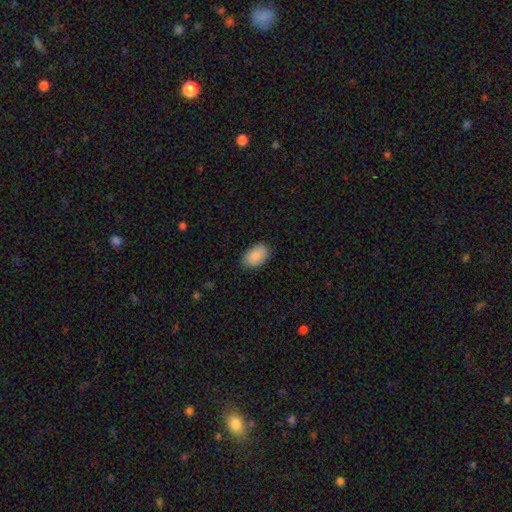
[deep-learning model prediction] Smooth or featured? Predicted: smooth (p=0.88). How rounded? Predicted: in between (p=0.91). Merging? Predicted: none (p=0.84).